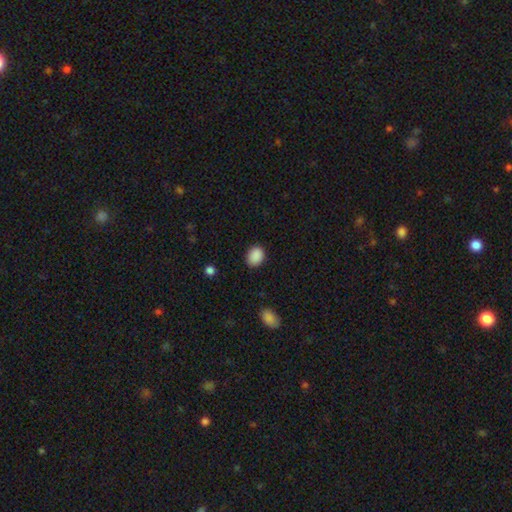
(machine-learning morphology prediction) Overall: smooth (89%). How rounded: in between (56%; round 43%). Merging: none (85%).